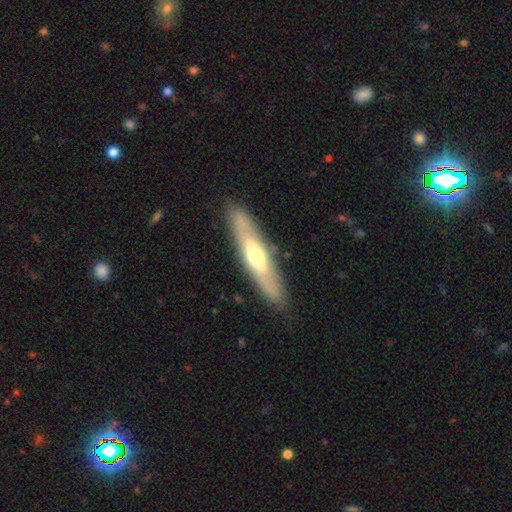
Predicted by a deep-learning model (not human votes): Smooth or featured? Predicted: featured or disk (p=0.53). Edge-on disk? Predicted: yes (p=0.59). Merging? Predicted: none (p=0.87).